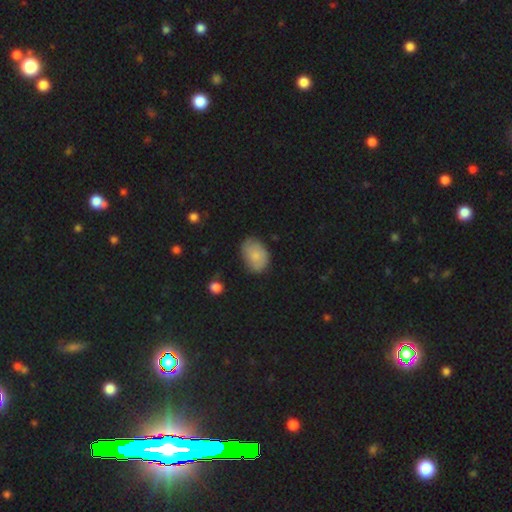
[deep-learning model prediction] This is likely a smooth galaxy (79%). How rounded: clearly in between (84%). Merging: likely none (70%).